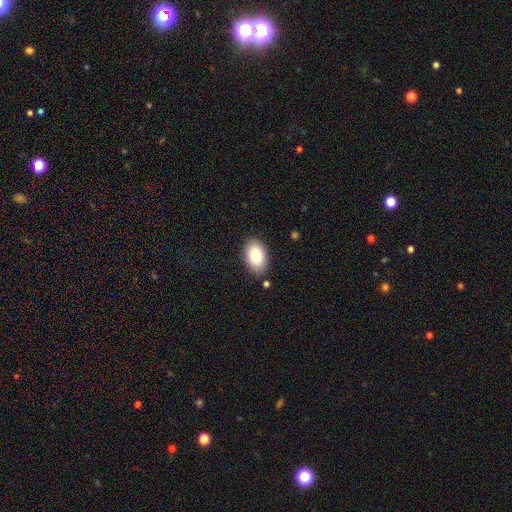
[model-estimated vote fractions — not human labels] Smooth or featured? smooth (85%)
How rounded? in between (93%)
Merging? none (84%)